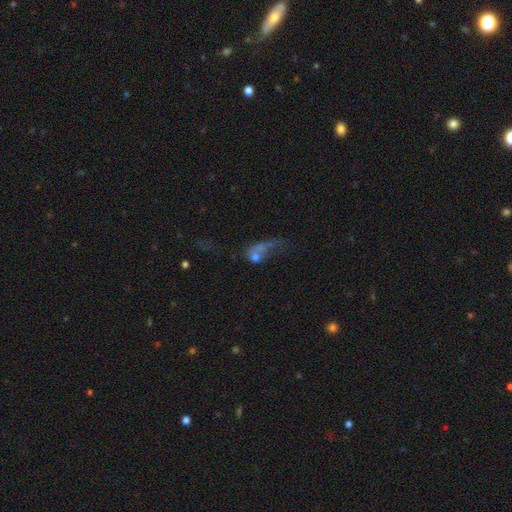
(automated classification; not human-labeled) The model was most divided on "smooth or featured": smooth: 52%, featured or disk: 31%, star or artifact: 17%. Remaining: how rounded — in between (56%); merging — major disturbance (45%).